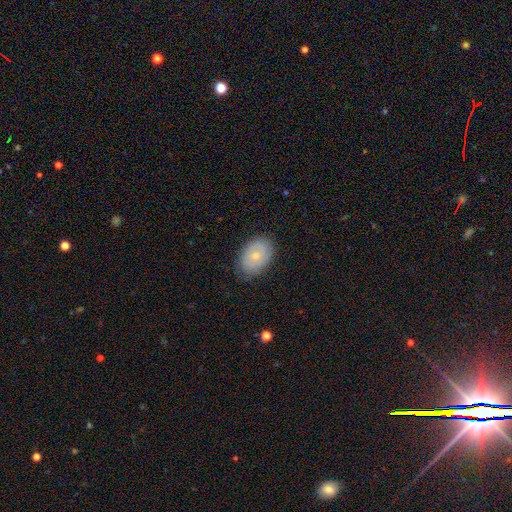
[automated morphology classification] Smooth or featured?
  - smooth: 56% *
  - featured or disk: 37%
  - star or artifact: 7%
How rounded?
  - in between: 82% *
  - round: 17%
  - cigar-shaped: 1%
Merging?
  - none: 79% *
  - minor disturbance: 16%
  - major disturbance: 4%
  - merger: 1%